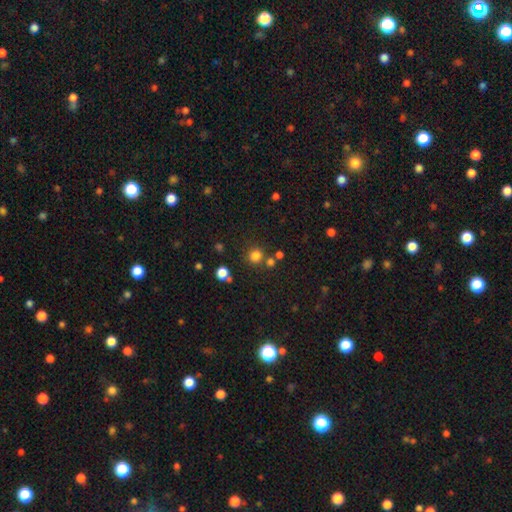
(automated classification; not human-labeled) smooth 79%, star or artifact 16%, featured or disk 5%. Down the decision tree: how rounded — round (91%); merging — none (77%).